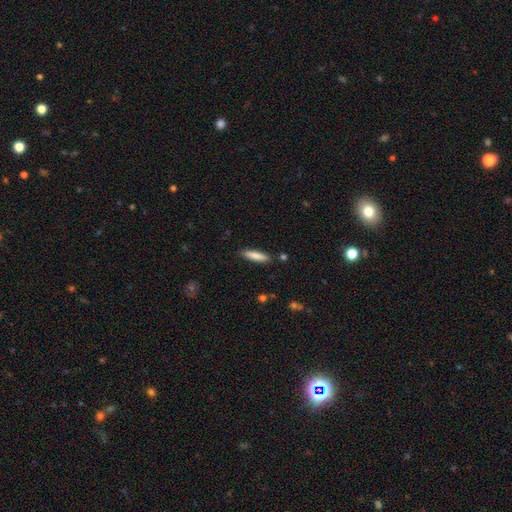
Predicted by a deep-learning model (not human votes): smooth-or-featured: smooth: 81% | featured or disk: 13% | star or artifact: 6%
  how-rounded: cigar-shaped: 79% | in between: 19% | round: 1%
  merging: none: 88% | minor disturbance: 9% | merger: 2% | major disturbance: 2%